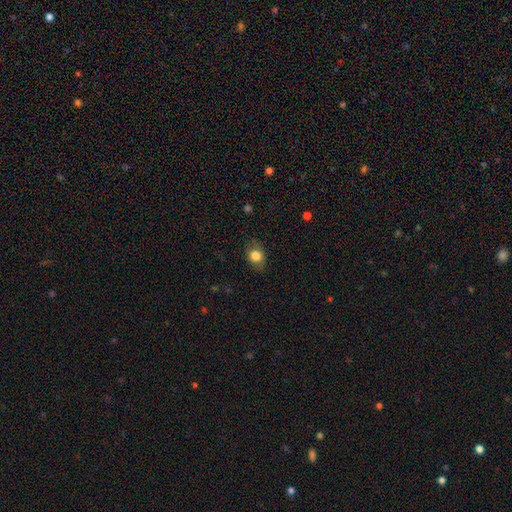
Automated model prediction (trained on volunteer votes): Smooth or featured? Predicted: smooth (p=0.81). How rounded? Predicted: in between (p=0.52). Merging? Predicted: none (p=0.81).